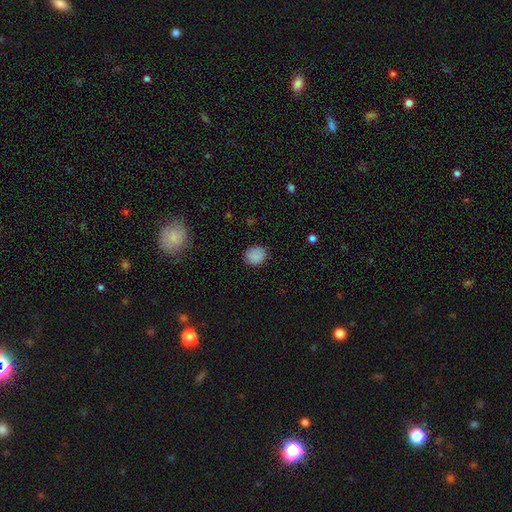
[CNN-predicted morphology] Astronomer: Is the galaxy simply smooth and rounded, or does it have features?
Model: smooth — 85%.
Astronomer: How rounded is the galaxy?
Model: round — 63%.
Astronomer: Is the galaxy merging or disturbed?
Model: none — 81%.